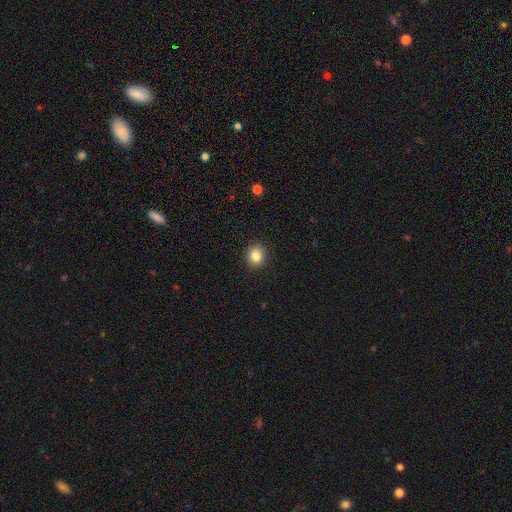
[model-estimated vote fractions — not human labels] This is clearly a smooth galaxy (84%). How rounded: likely round (77%). Merging: clearly none (91%).